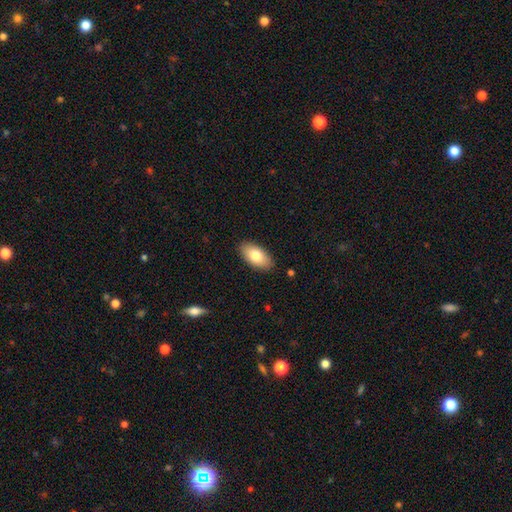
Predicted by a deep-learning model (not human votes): This is likely a smooth galaxy (78%). How rounded: clearly in between (94%). Merging: clearly none (88%).